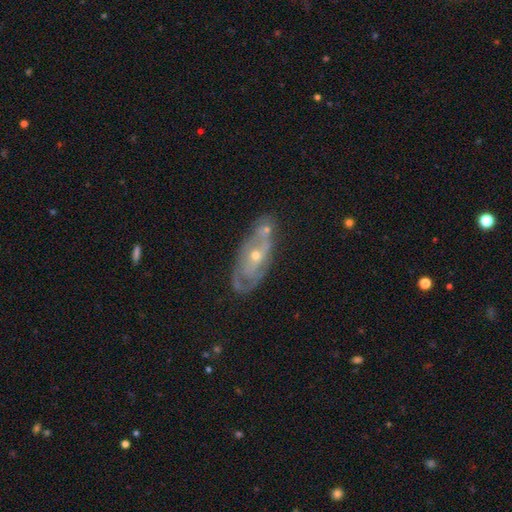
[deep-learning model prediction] smooth-or-featured: featured or disk: 76% | smooth: 17% | star or artifact: 7%
  disk-edge-on: no: 87% | yes: 13%
    bar: no: 69% | weak: 24% | strong: 6%
    has-spiral-arms: yes: 72% | no: 28%
    bulge-size: small: 56% | moderate: 41% | large: 1% | none: 1% | dominant: 1%
  merging: none: 56% | minor disturbance: 22% | merger: 13% | major disturbance: 9%